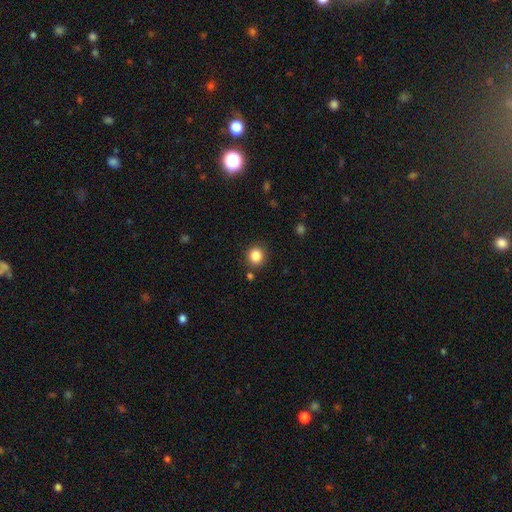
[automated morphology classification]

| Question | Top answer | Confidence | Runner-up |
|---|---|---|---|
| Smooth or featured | smooth | 85% | star or artifact (10%) |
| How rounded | round | 86% | in between (13%) |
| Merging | none | 86% | minor disturbance (8%) |